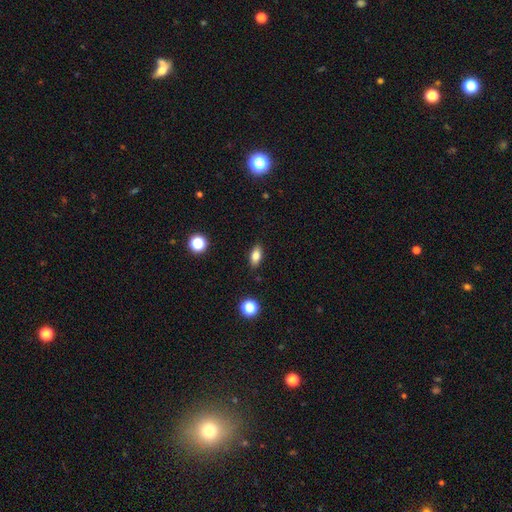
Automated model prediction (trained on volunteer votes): smooth 81%, star or artifact 10%, featured or disk 9%. Down the decision tree: how rounded — in between (85%); merging — none (87%).